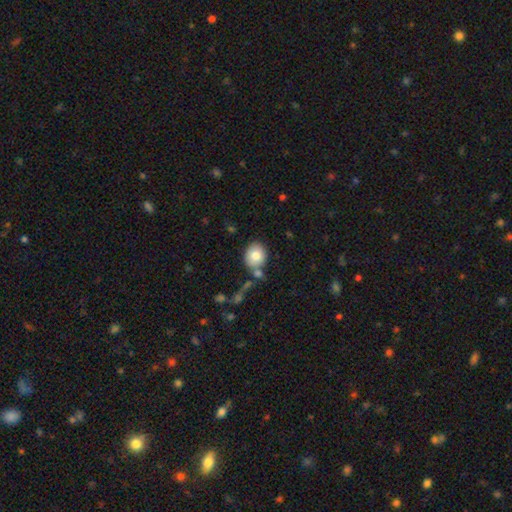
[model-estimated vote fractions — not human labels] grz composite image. It shows a smooth galaxy with no disk features (79%) that is round (62%). Merging: none (69%).